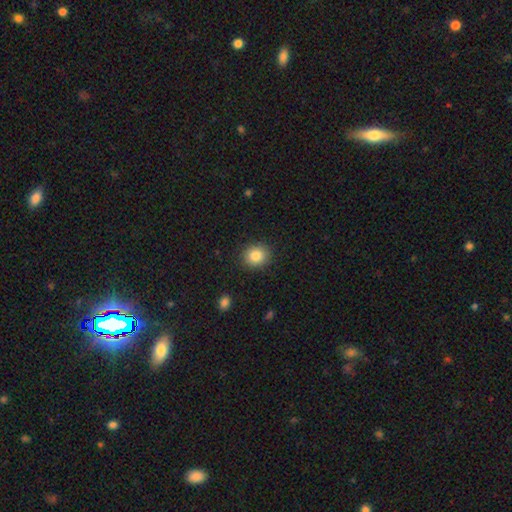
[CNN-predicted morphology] Q: Smooth or featured?
A: smooth (85%); runner-up: star or artifact (9%)
Q: How rounded?
A: round (77%); runner-up: in between (22%)
Q: Merging?
A: none (89%); runner-up: minor disturbance (8%)